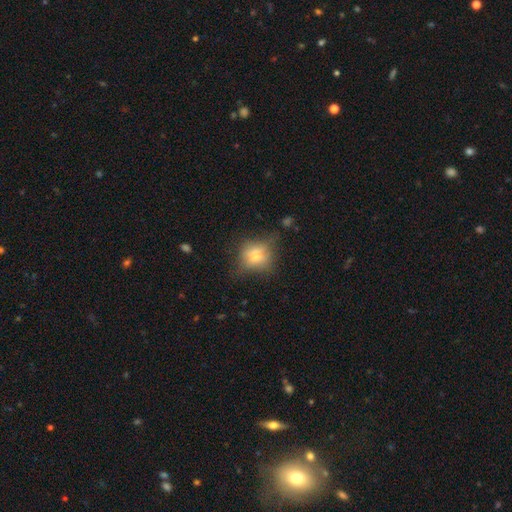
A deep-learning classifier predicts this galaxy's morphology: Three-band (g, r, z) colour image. It shows a smooth galaxy with no disk features (60%) that is round (70%). Merging: none (62%).